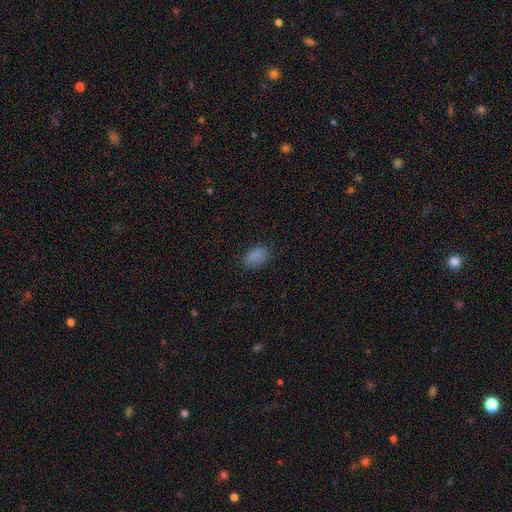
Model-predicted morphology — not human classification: This appears to be a smooth galaxy with no disk features (85%) that is in between round and cigar-shaped (91%). Merging: none (81%).